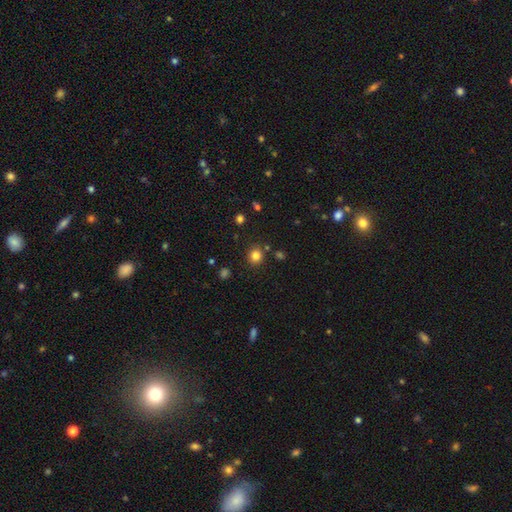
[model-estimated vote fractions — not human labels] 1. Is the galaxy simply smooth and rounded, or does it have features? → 81% smooth, 14% star or artifact, 5% featured or disk.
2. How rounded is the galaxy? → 88% round, 11% in between, 1% cigar-shaped.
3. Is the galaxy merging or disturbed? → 86% none, 8% minor disturbance, 4% merger, 3% major disturbance.